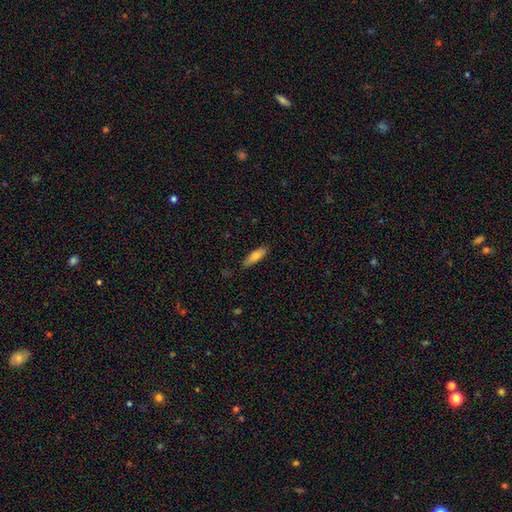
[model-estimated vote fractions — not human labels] Morphology: type=smooth (72%); roundness=cigar-shaped (54%); merging=none (85%).